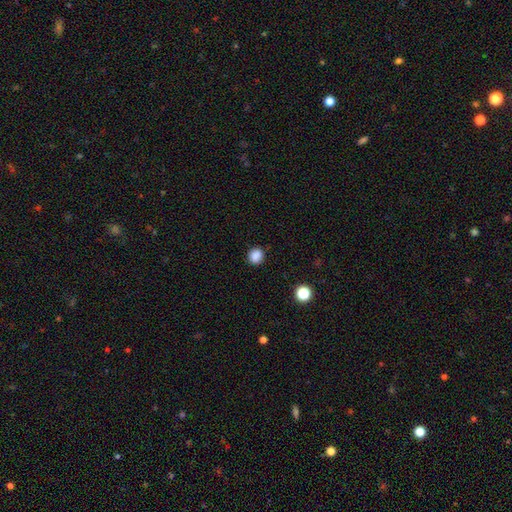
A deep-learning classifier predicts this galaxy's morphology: smooth 86%, star or artifact 11%, featured or disk 3%. Down the decision tree: how rounded — round (80%); merging — none (89%).